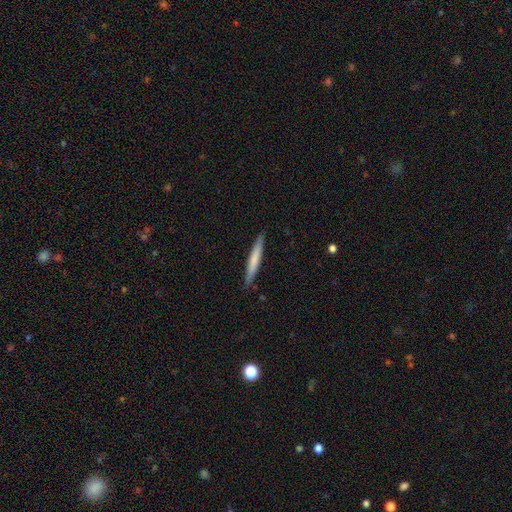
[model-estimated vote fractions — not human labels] smooth_or_featured: smooth (p=0.64) [alt: featured or disk p=0.30]
how_rounded: cigar-shaped (p=0.96) [alt: in between p=0.03]
merging: none (p=0.91) [alt: minor disturbance p=0.07]